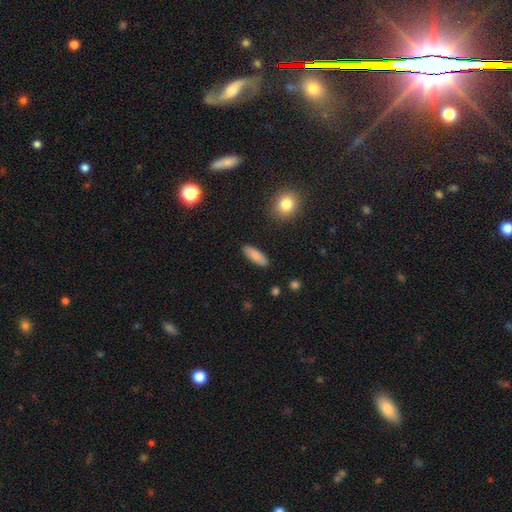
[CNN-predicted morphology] Q: Smooth or featured?
A: smooth (86%); runner-up: featured or disk (8%)
Q: How rounded?
A: in between (59%); runner-up: cigar-shaped (39%)
Q: Merging?
A: none (89%); runner-up: minor disturbance (8%)